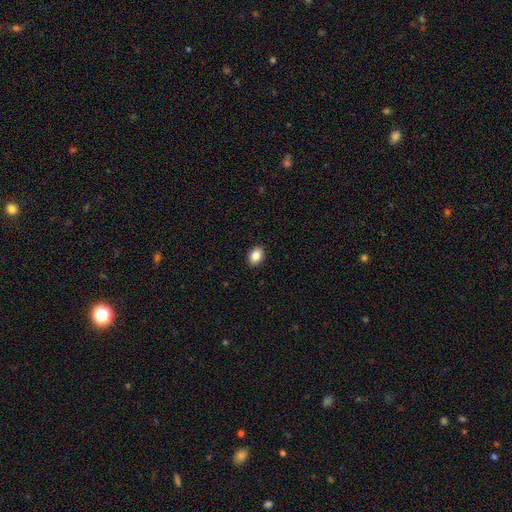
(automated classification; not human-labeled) smooth-or-featured: smooth: 87% | star or artifact: 8% | featured or disk: 5%
  how-rounded: in between: 66% | round: 33% | cigar-shaped: 1%
  merging: none: 91% | minor disturbance: 7% | major disturbance: 2% | merger: 1%